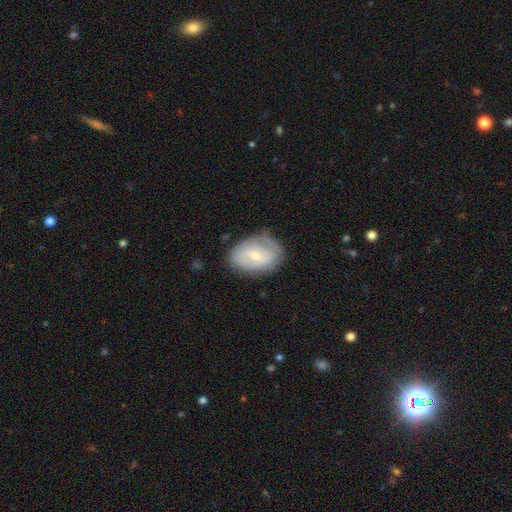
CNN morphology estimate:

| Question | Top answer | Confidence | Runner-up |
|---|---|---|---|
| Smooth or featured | featured or disk | 59% | smooth (34%) |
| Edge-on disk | no | 96% | yes (4%) |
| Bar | weak | 44% | no (43%) |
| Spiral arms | yes | 75% | no (25%) |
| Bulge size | small | 66% | moderate (30%) |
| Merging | none | 68% | minor disturbance (23%) |